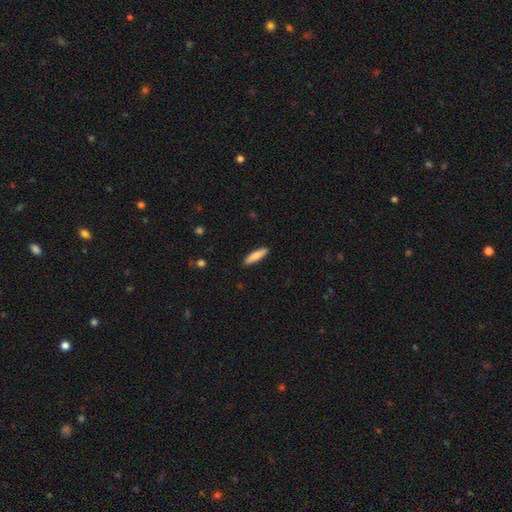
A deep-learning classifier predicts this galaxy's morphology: smooth_or_featured: smooth (p=0.79) [alt: featured or disk p=0.15]
how_rounded: cigar-shaped (p=0.71) [alt: in between p=0.27]
merging: none (p=0.90) [alt: minor disturbance p=0.08]